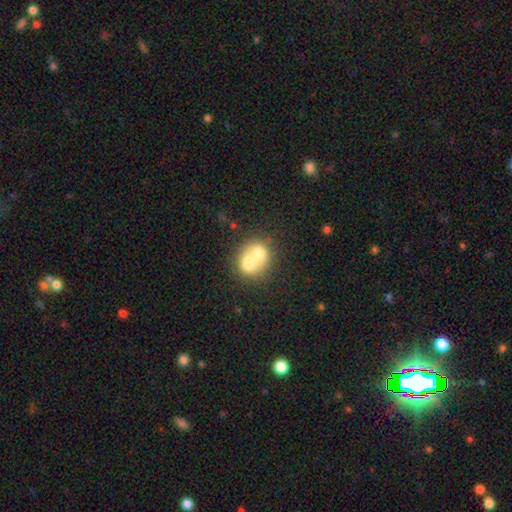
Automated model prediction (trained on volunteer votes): This appears to be a smooth galaxy with no disk features (63%) that is round (63%). Merging: merger (70%).